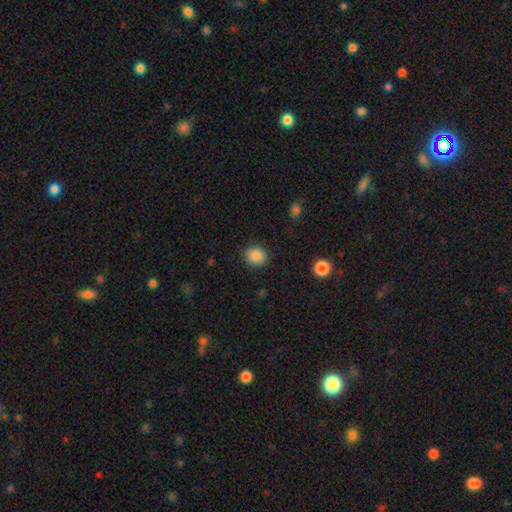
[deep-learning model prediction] A smooth galaxy with no disk features (87%) that is round (73%). Merging: none (88%).